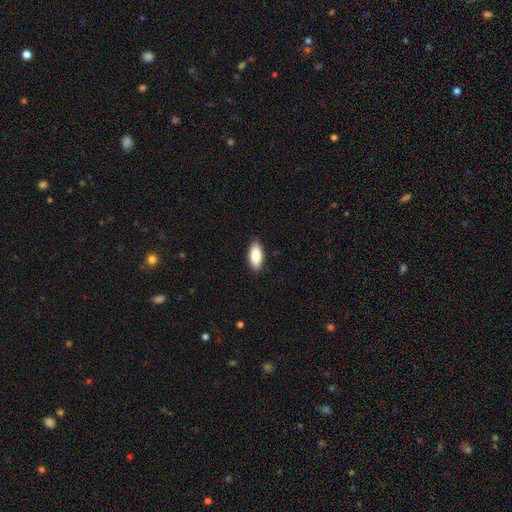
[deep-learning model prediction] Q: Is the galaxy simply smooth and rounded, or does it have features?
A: smooth — 84%.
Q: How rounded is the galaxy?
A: in between — 89%.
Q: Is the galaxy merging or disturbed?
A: none — 89%.